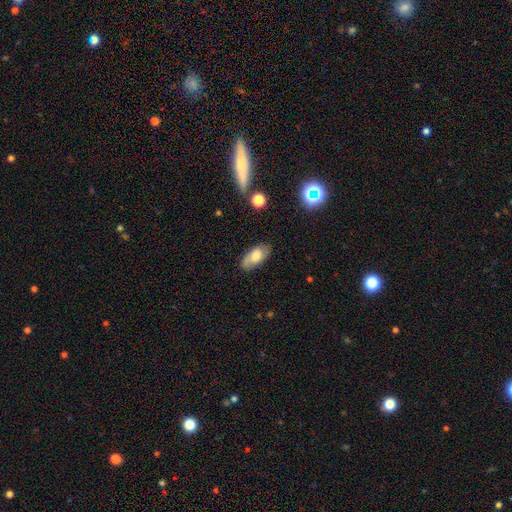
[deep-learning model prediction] smooth 61%, featured or disk 32%, star or artifact 8%. Down the decision tree: how rounded — in between (91%); merging — none (81%).